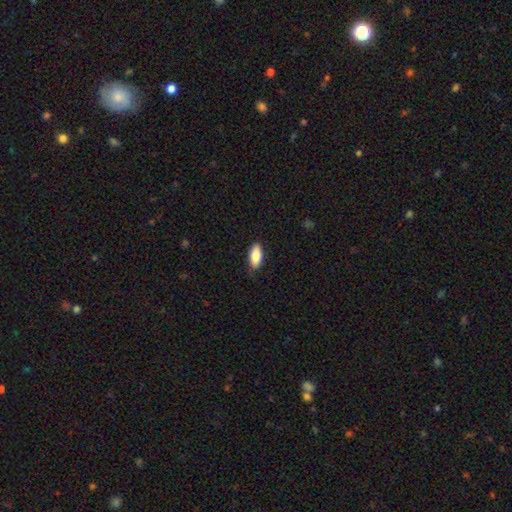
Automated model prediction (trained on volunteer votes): The model was most divided on "merging": none: 77%, minor disturbance: 19%, major disturbance: 3%, merger: 1%. More confident: how rounded — in between (89%); smooth or featured — smooth (81%).